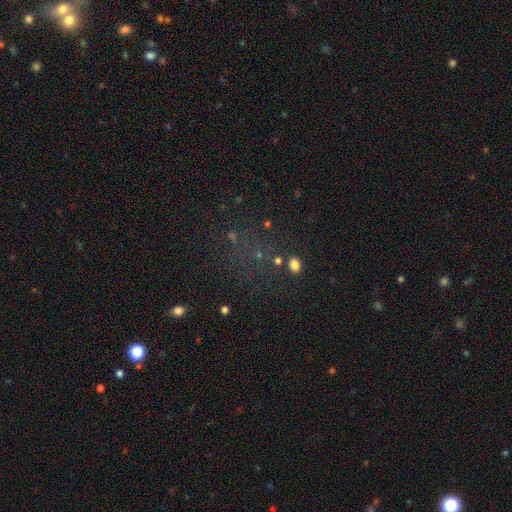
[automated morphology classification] A star or artifact, not a galaxy (55%).

Vote fractions:
- Smooth or featured? star or artifact: 55% / smooth: 30% / featured or disk: 15%